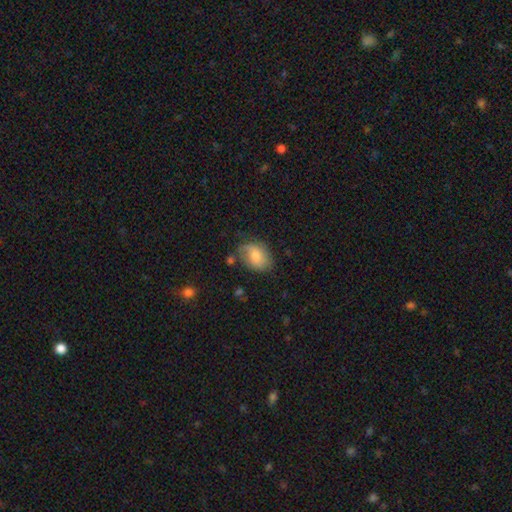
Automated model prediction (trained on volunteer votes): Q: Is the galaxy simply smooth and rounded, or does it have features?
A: smooth — 68%.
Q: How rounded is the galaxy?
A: in between — 75%.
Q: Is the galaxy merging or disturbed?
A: none — 58%.